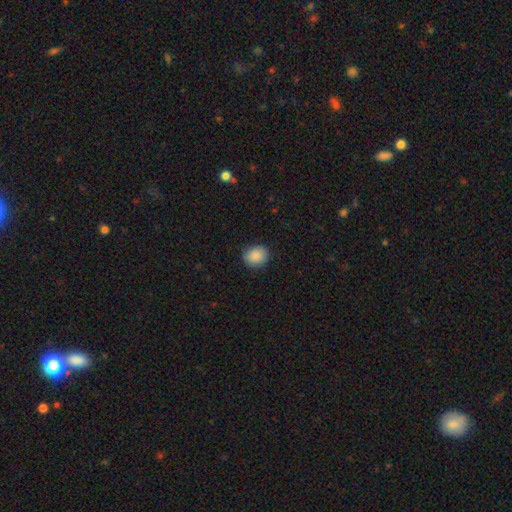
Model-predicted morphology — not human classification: Smooth or featured: smooth — 88% (star or artifact — 8%)
How rounded: round — 68% (in between — 31%)
Merging: none — 84% (minor disturbance — 13%)